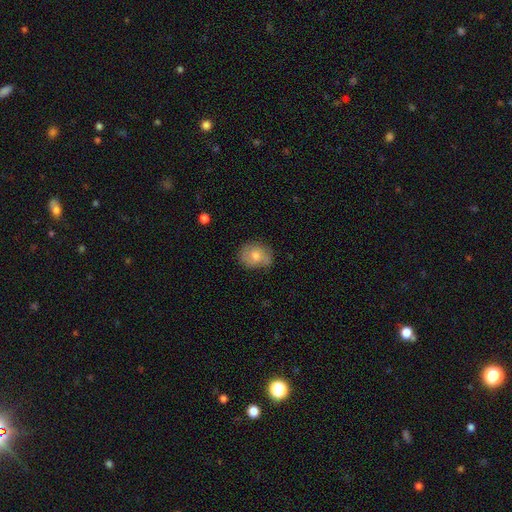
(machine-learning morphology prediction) smooth_or_featured: smooth (p=0.60) [alt: featured or disk p=0.31]
how_rounded: round (p=0.56) [alt: in between p=0.43]
merging: none (p=0.70) [alt: minor disturbance p=0.23]